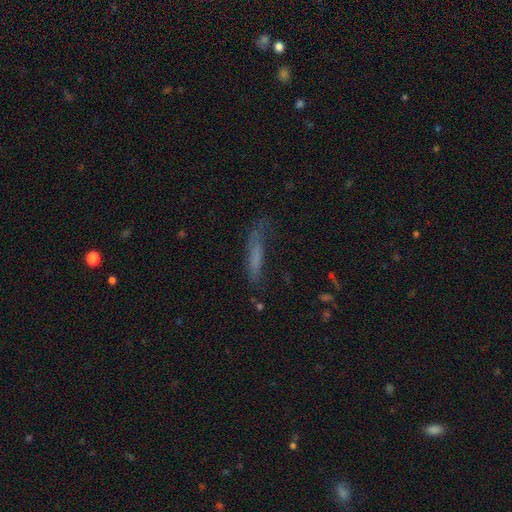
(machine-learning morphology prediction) Smooth or featured?
  - smooth: 59% *
  - featured or disk: 28%
  - star or artifact: 14%
How rounded?
  - cigar-shaped: 84% *
  - in between: 14%
  - round: 2%
Merging?
  - none: 52% *
  - minor disturbance: 27%
  - major disturbance: 18%
  - merger: 3%